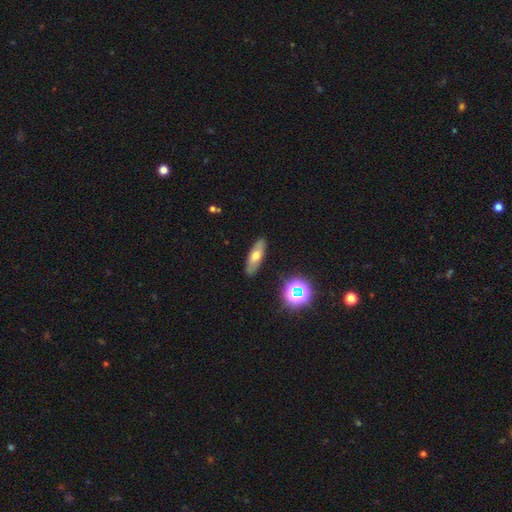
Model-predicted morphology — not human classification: Q: Smooth or featured?
A: smooth (55%); runner-up: featured or disk (34%)
Q: How rounded?
A: in between (53%); runner-up: cigar-shaped (43%)
Q: Merging?
A: none (87%); runner-up: minor disturbance (9%)